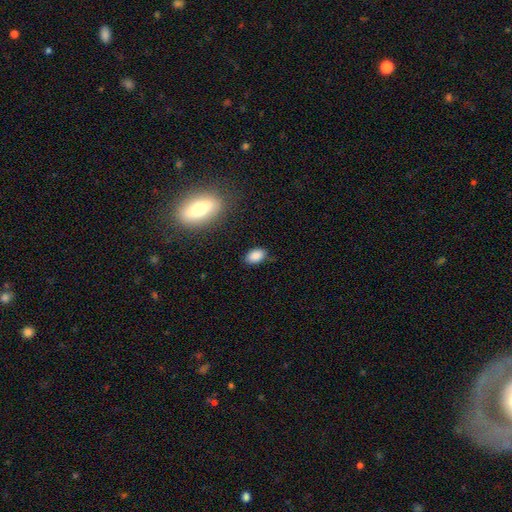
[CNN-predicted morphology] The model was most divided on "merging": none: 81%, minor disturbance: 14%, major disturbance: 3%, merger: 2%. More confident: how rounded — in between (90%); smooth or featured — smooth (86%).